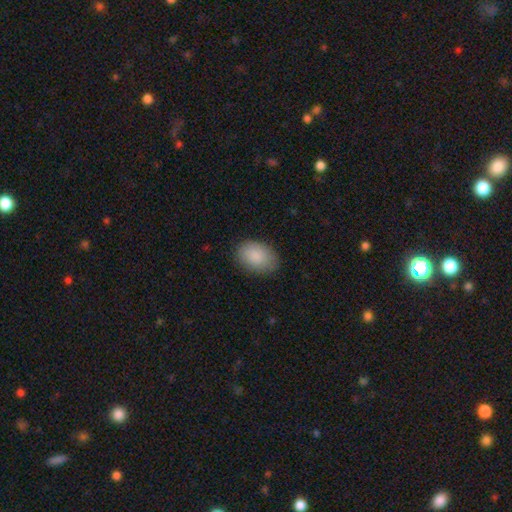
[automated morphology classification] Smooth or featured?
  - smooth: 89% *
  - star or artifact: 6%
  - featured or disk: 5%
How rounded?
  - in between: 82% *
  - round: 17%
  - cigar-shaped: 1%
Merging?
  - none: 84% *
  - minor disturbance: 12%
  - major disturbance: 3%
  - merger: 1%